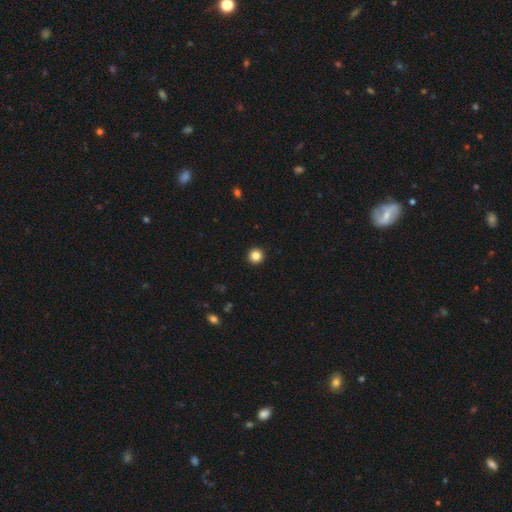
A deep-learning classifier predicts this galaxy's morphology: The model was most divided on "smooth or featured": smooth: 85%, star or artifact: 11%, featured or disk: 4%. More confident: how rounded — round (96%); merging — none (94%).